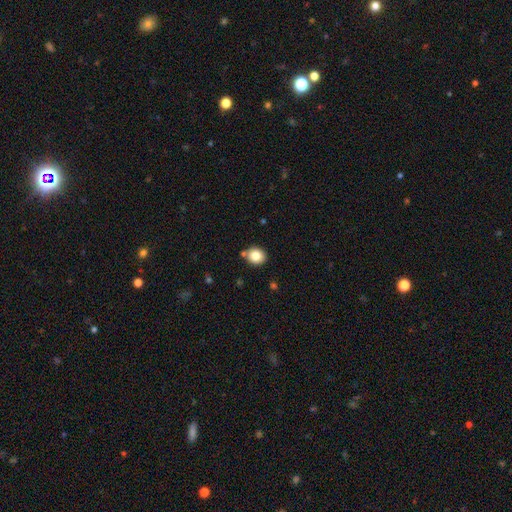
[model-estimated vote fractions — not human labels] Smooth or featured: smooth — 82% (star or artifact — 10%)
How rounded: round — 73% (in between — 26%)
Merging: none — 81% (minor disturbance — 10%)